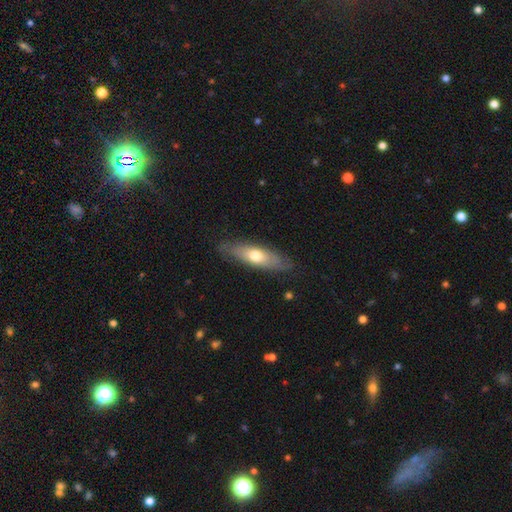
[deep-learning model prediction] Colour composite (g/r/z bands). It shows a smooth galaxy with no disk features (55%) that is in between round and cigar-shaped (52%). Merging: none (79%).